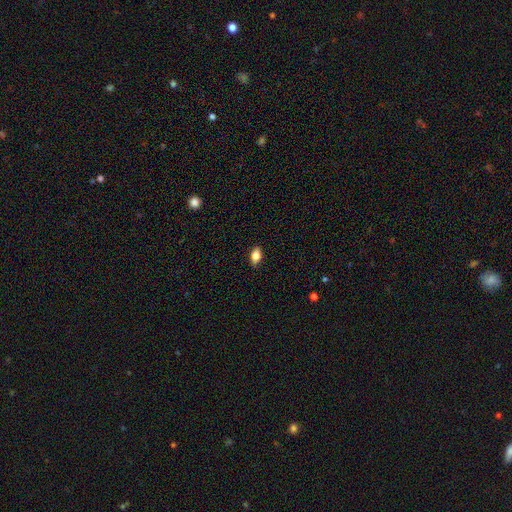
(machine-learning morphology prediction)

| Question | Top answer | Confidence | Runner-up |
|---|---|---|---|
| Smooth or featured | smooth | 76% | featured or disk (15%) |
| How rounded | in between | 86% | round (8%) |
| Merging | none | 88% | minor disturbance (9%) |